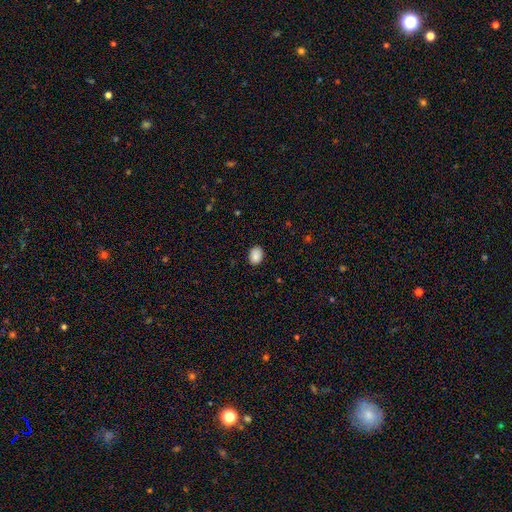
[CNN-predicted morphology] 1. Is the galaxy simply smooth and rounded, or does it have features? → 88% smooth, 8% star or artifact, 4% featured or disk.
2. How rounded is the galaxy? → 70% in between, 29% round, 1% cigar-shaped.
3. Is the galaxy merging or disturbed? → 87% none, 10% minor disturbance, 2% major disturbance, 1% merger.